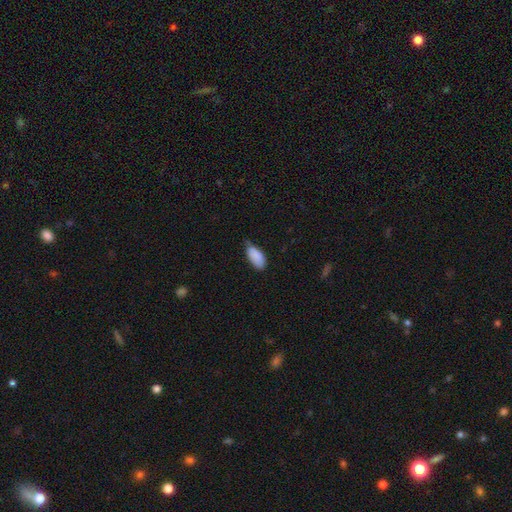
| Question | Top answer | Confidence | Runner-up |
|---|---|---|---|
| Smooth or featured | smooth | 80% | star or artifact (12%) |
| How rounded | in between | 91% | cigar-shaped (6%) |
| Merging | minor disturbance | 77% | none (20%) |